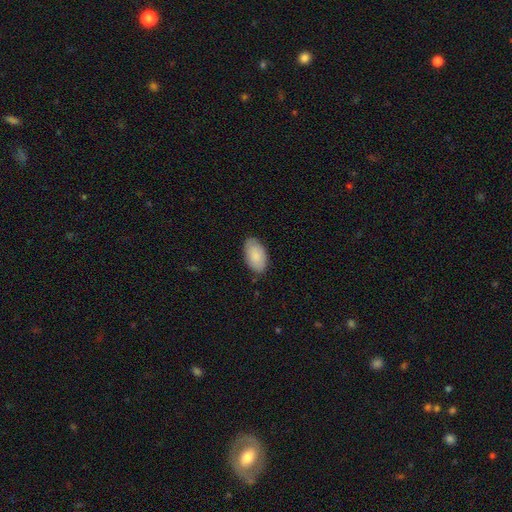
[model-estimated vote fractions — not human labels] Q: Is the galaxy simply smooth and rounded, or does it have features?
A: smooth — 86%.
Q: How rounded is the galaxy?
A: in between — 96%.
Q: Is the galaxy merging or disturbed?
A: none — 81%.